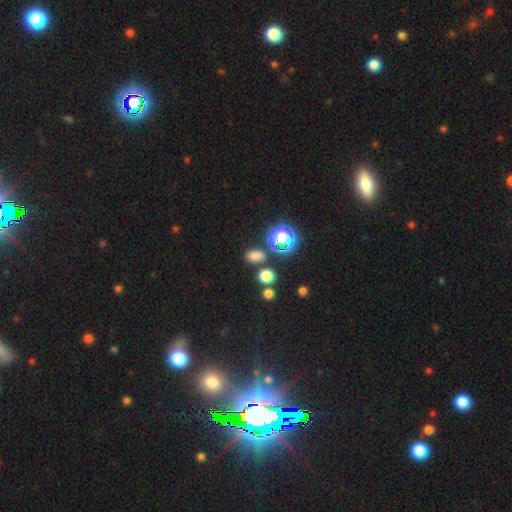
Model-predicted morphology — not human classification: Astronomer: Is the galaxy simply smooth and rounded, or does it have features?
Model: smooth — 71%.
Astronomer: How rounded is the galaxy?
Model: in between — 66%.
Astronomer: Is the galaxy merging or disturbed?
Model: none — 79%.